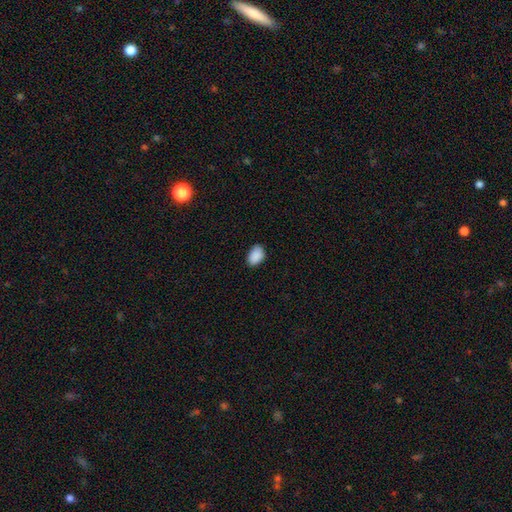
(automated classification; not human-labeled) A smooth galaxy with no disk features (90%) that is in between round and cigar-shaped (86%).

Vote fractions:
- Smooth or featured? smooth: 90% / star or artifact: 8% / featured or disk: 3%
- How rounded? in between: 86% / round: 12% / cigar-shaped: 1%
- Merging? none: 83% / minor disturbance: 14% / major disturbance: 2% / merger: 1%